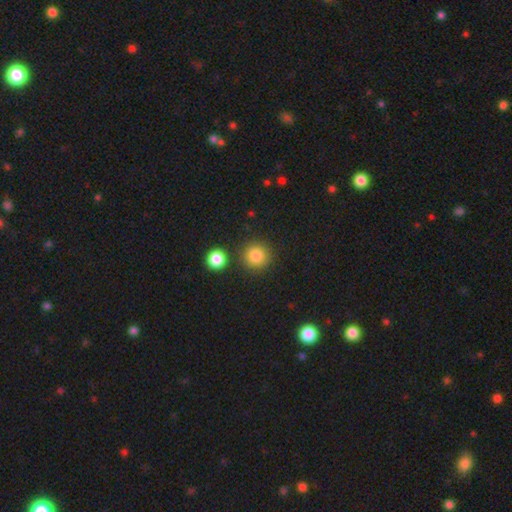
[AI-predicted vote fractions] This is clearly a smooth galaxy (85%). How rounded: clearly round (93%). Merging: clearly none (85%).